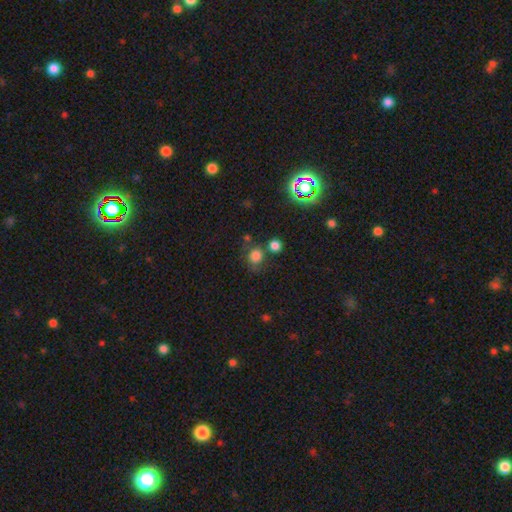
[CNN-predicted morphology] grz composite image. It shows a smooth galaxy with no disk features (76%) that is round (76%). Merging: none (59%).